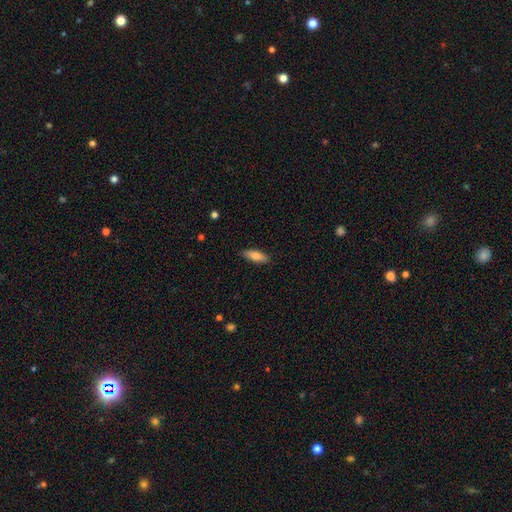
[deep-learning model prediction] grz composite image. It shows a smooth galaxy with no disk features (77%) that is in between round and cigar-shaped (58%). Merging: none (88%).